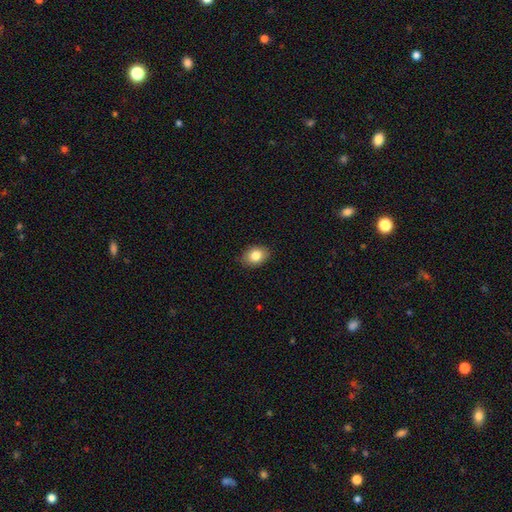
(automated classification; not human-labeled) Smooth or featured? Predicted: smooth (p=0.83). How rounded? Predicted: in between (p=0.69). Merging? Predicted: none (p=0.87).